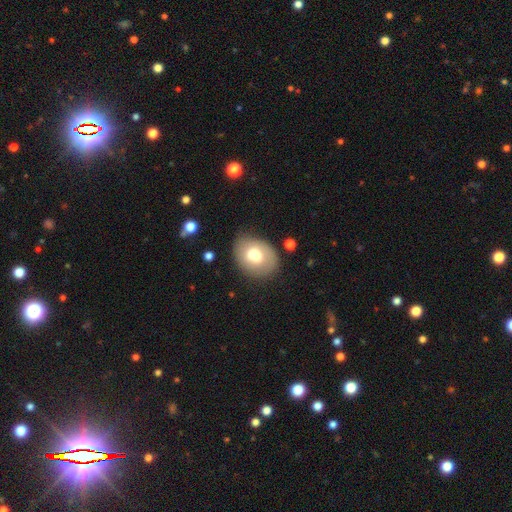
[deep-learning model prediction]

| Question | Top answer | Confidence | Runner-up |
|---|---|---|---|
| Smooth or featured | smooth | 66% | featured or disk (26%) |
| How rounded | in between | 66% | round (33%) |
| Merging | none | 66% | minor disturbance (20%) |